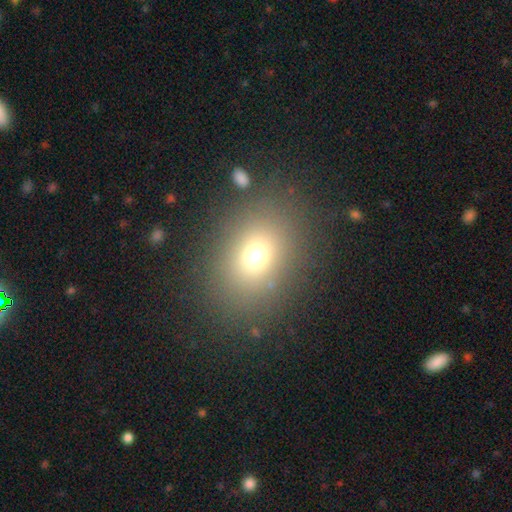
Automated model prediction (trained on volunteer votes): This is likely a smooth galaxy (71%). How rounded: possibly in between (51%). Merging: clearly none (81%).